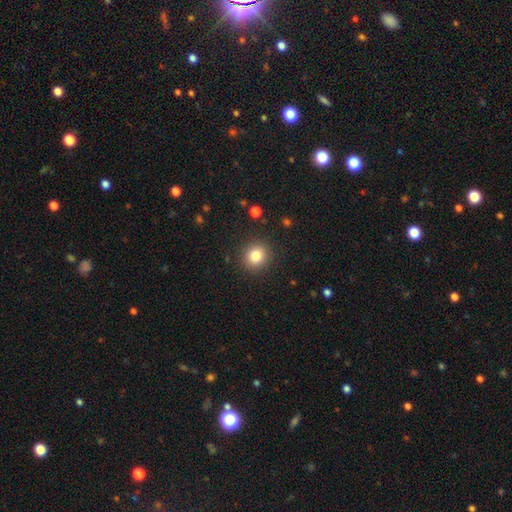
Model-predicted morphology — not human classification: A smooth galaxy with no disk features (82%) that is round (86%).

Vote fractions:
- Smooth or featured? smooth: 82% / star or artifact: 11% / featured or disk: 7%
- How rounded? round: 86% / in between: 13% / cigar-shaped: 1%
- Merging? none: 90% / minor disturbance: 7% / major disturbance: 3% / merger: 1%